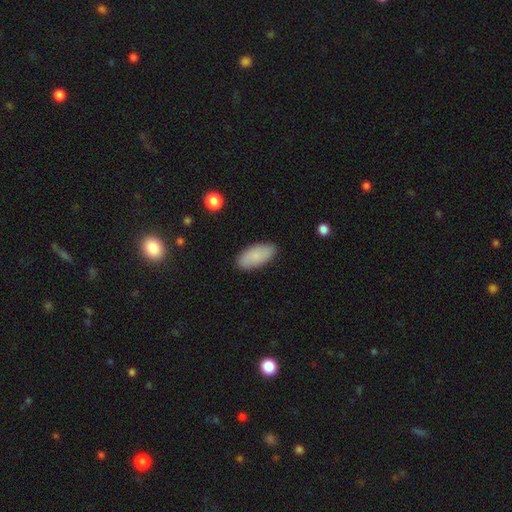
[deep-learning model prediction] A smooth galaxy with no disk features (86%) that is in between round and cigar-shaped (89%).

Vote fractions:
- Smooth or featured? smooth: 86% / featured or disk: 8% / star or artifact: 6%
- How rounded? in between: 89% / cigar-shaped: 9% / round: 2%
- Merging? none: 88% / minor disturbance: 9% / major disturbance: 2% / merger: 1%